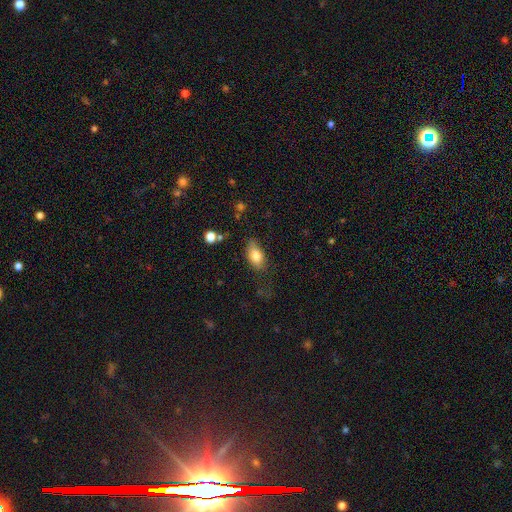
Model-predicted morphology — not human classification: smooth-or-featured: smooth: 80% | featured or disk: 12% | star or artifact: 8%
  how-rounded: in between: 89% | round: 7% | cigar-shaped: 4%
  merging: none: 66% | minor disturbance: 23% | major disturbance: 9% | merger: 2%